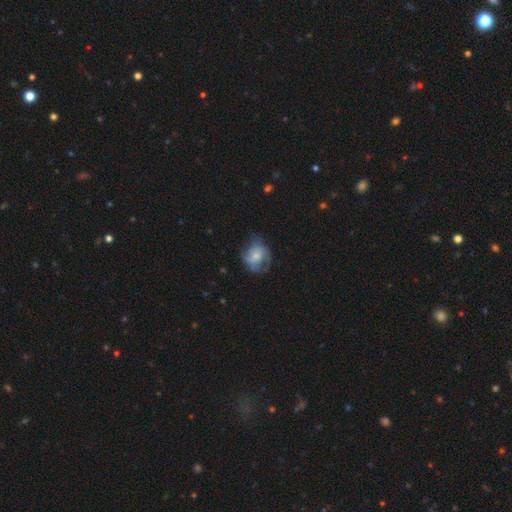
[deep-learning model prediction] Morphology: type=smooth (53%); roundness=round (54%); merging=none (43%).